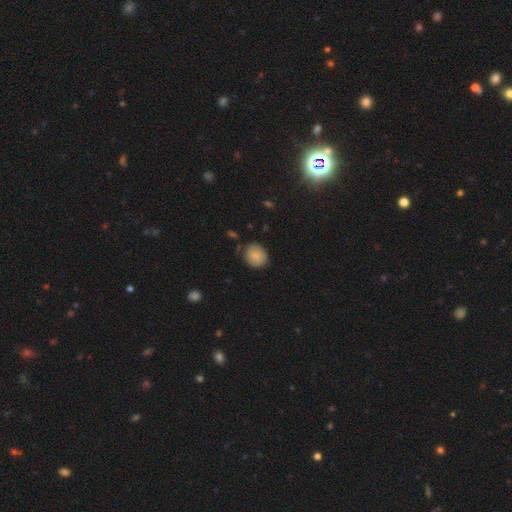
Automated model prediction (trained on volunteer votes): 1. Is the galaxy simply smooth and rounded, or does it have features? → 83% smooth, 8% star or artifact, 8% featured or disk.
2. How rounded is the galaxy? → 72% round, 27% in between, 1% cigar-shaped.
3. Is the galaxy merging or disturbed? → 73% none, 20% minor disturbance, 4% major disturbance, 3% merger.